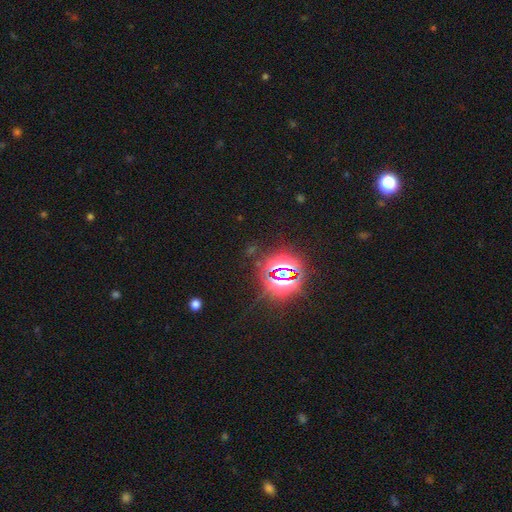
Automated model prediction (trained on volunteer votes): This appears to be a star or artifact, not a galaxy (81%).